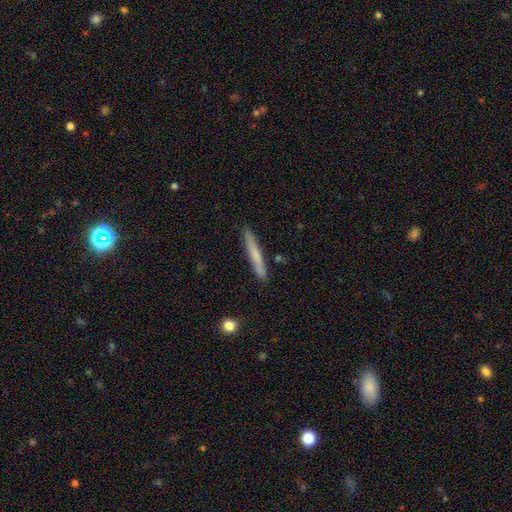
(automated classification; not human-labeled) A smooth galaxy with no disk features (65%) that is cigar-shaped (96%).

Vote fractions:
- Smooth or featured? smooth: 65% / featured or disk: 29% / star or artifact: 6%
- How rounded? cigar-shaped: 96% / in between: 3% / round: 1%
- Merging? none: 87% / minor disturbance: 10% / merger: 2% / major disturbance: 2%